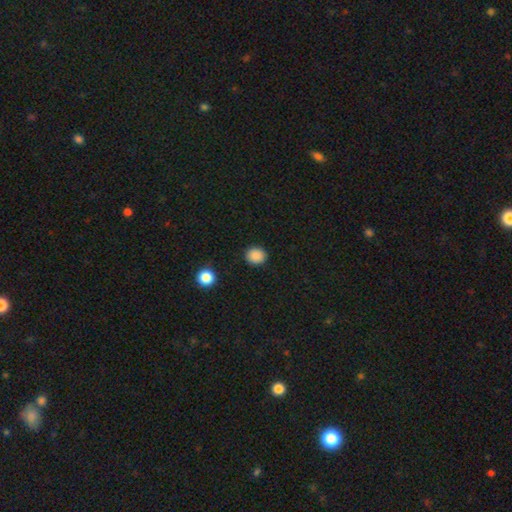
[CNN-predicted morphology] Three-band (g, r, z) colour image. It shows a smooth galaxy with no disk features (88%) that is round (78%). Merging: none (90%).